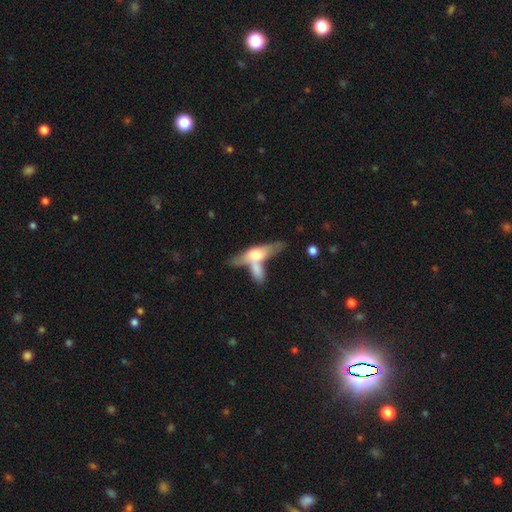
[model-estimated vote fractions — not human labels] This appears to be a featured or disk galaxy (49%). Merging: merger (50%).